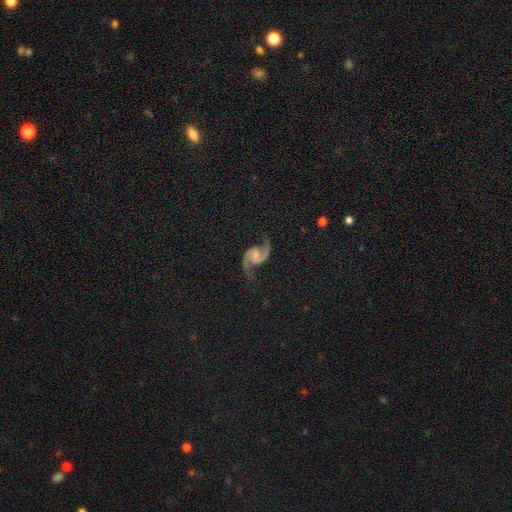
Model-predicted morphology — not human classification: type=featured or disk (93%); edge-on=no (98%); bar=weak (44%, tied with no); spiral arms=yes (98%); winding=medium (48%); arm count=2 (95%); bulge=small (49%); merging=none (80%).